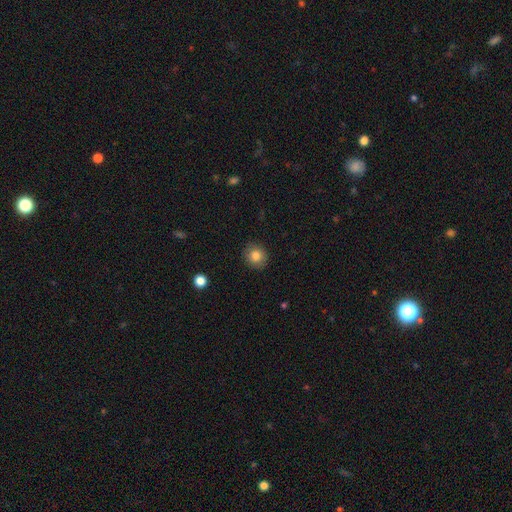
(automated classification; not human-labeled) Q: Smooth or featured?
A: smooth (83%); runner-up: star or artifact (10%)
Q: How rounded?
A: round (85%); runner-up: in between (14%)
Q: Merging?
A: none (90%); runner-up: minor disturbance (7%)